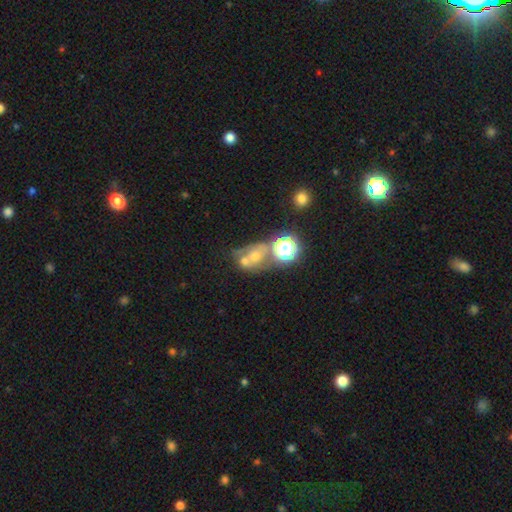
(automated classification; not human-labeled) Smooth or featured: smooth — 40% (star or artifact — 32%)
Merging: merger — 47% (none — 31%)